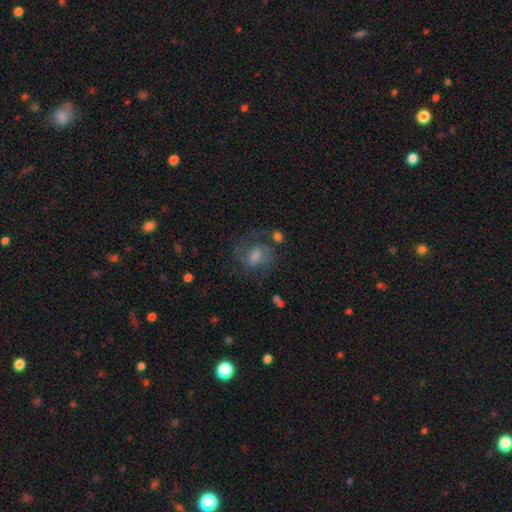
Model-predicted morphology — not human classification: smooth_or_featured: featured or disk (p=0.58) [alt: smooth p=0.26]
disk_edge_on: no (p=0.97) [alt: yes p=0.03]
bar: weak (p=0.49) [alt: no p=0.39]
has_spiral_arms: yes (p=0.86) [alt: no p=0.14]
bulge_size: moderate (p=0.45) [alt: small p=0.26]
merging: none (p=0.63) [alt: minor disturbance p=0.17]